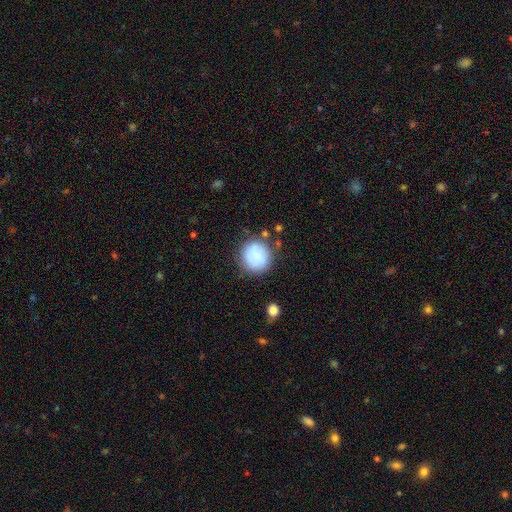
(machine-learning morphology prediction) This appears to be a smooth galaxy with no disk features (82%) that is round (89%). Merging: none (77%).